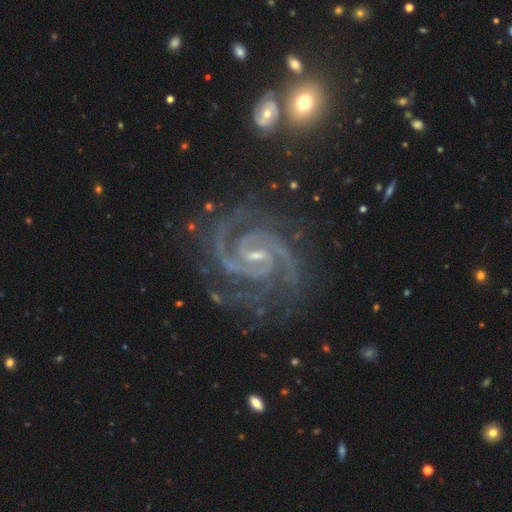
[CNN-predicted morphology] This appears to be a featured or disk galaxy (94%) with a weak bar (47%), 2 (76%) tight (60%) spiral arms (99%) and a small central bulge (74%). Merging: none (74%).